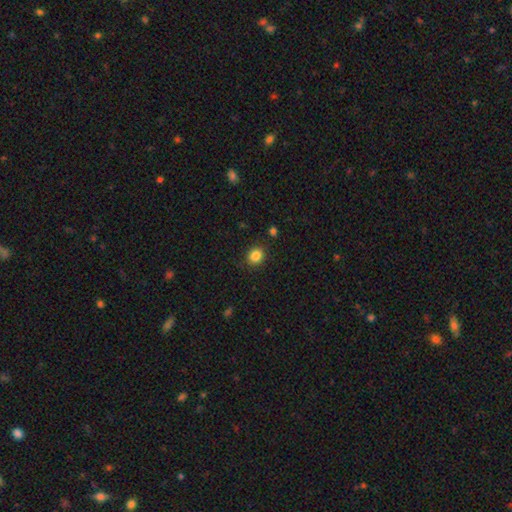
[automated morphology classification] Smooth or featured? Predicted: smooth (p=0.85). How rounded? Predicted: round (p=0.72). Merging? Predicted: none (p=0.86).